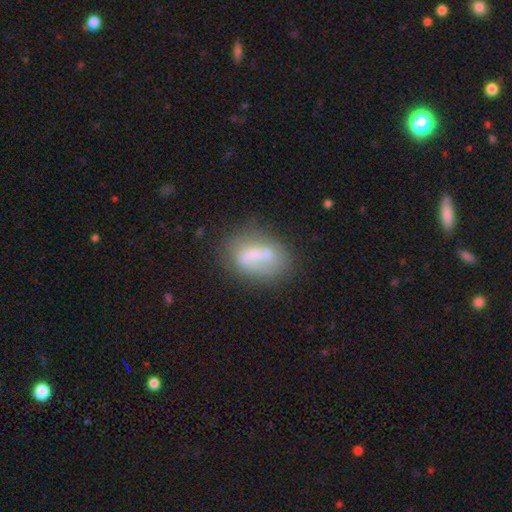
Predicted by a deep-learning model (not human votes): Smooth or featured? Predicted: smooth (p=0.60). How rounded? Predicted: in between (p=0.79). Merging? Predicted: none (p=0.46).